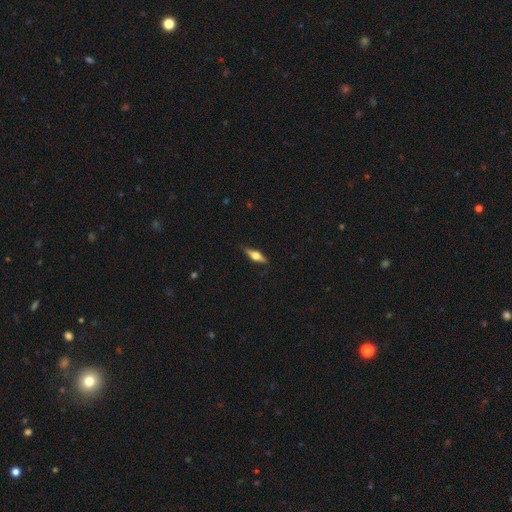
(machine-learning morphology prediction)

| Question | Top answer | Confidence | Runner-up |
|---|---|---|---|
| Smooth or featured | featured or disk | 56% | smooth (37%) |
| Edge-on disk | yes | 94% | no (6%) |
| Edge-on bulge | rounded | 92% | boxy (6%) |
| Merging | none | 85% | minor disturbance (12%) |